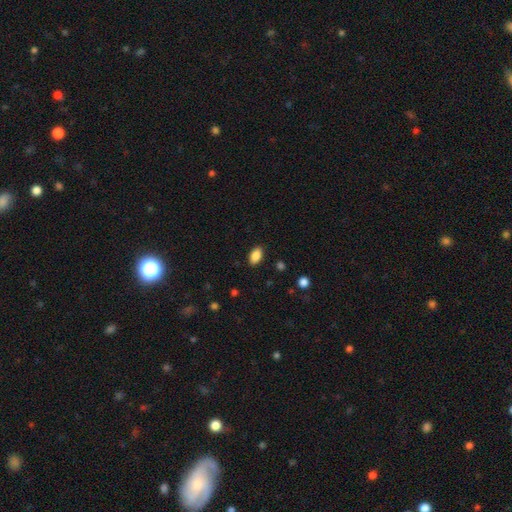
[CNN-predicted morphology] This appears to be a smooth galaxy with no disk features (88%) that is in between round and cigar-shaped (92%). Merging: none (88%).